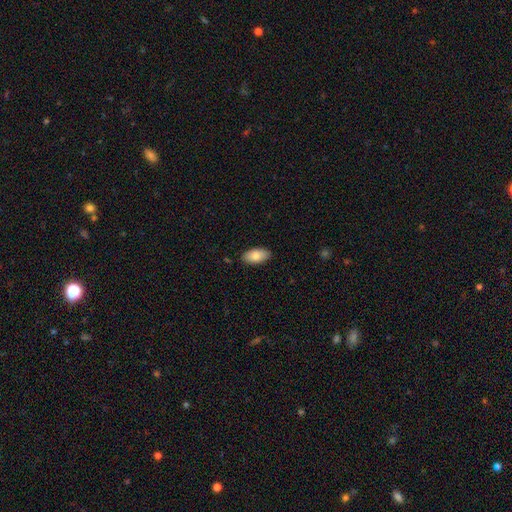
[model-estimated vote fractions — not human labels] Smooth or featured: smooth — 83% (featured or disk — 11%)
How rounded: in between — 94% (cigar-shaped — 4%)
Merging: none — 88% (minor disturbance — 9%)